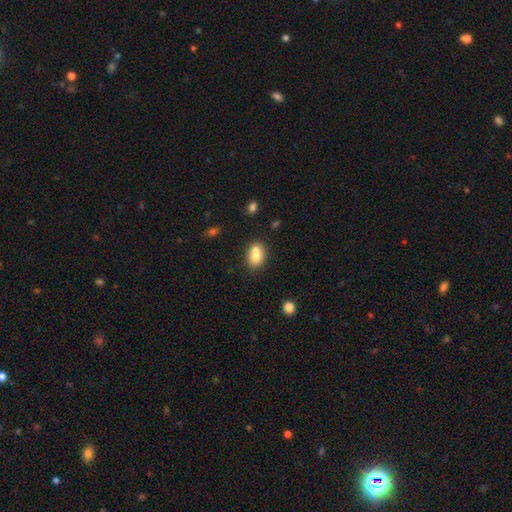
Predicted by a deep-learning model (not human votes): smooth 74%, featured or disk 17%, star or artifact 9%. Down the decision tree: how rounded — in between (65%); merging — merger (44%).